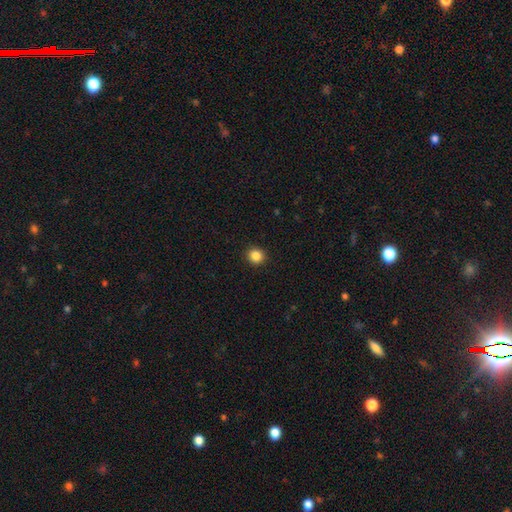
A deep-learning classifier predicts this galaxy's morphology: Smooth or featured: smooth — 85% (star or artifact — 11%)
How rounded: round — 90% (in between — 9%)
Merging: none — 92% (minor disturbance — 5%)